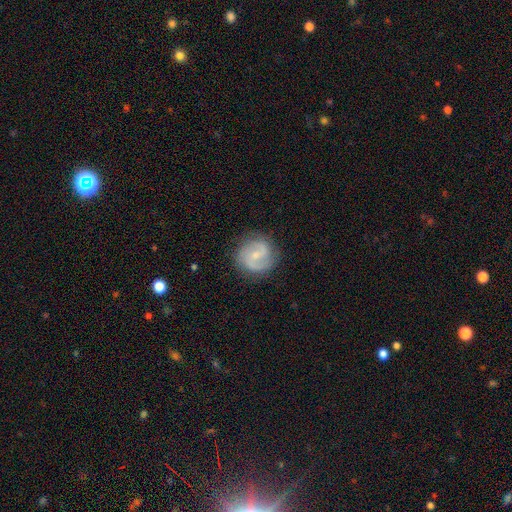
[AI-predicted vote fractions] Smooth or featured? Predicted: featured or disk (p=0.74). Edge-on disk? Predicted: no (p=0.98). Bar? Predicted: weak (p=0.49). Spiral arms? Predicted: yes (p=0.93). Spiral winding? Predicted: medium (p=0.50). Spiral arm count? Predicted: 2 (p=0.83). Bulge size? Predicted: small (p=0.65). Merging? Predicted: none (p=0.82).